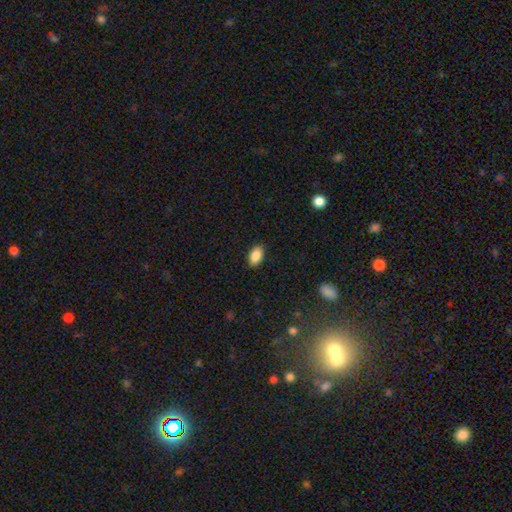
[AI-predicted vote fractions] Smooth or featured? Predicted: smooth (p=0.88). How rounded? Predicted: in between (p=0.92). Merging? Predicted: none (p=0.88).